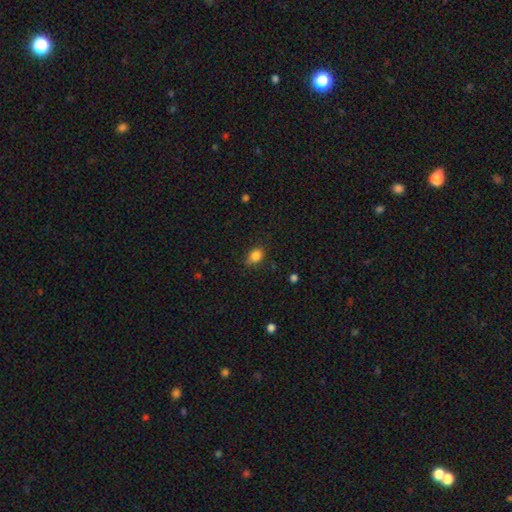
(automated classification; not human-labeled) Smooth or featured?
  - smooth: 84% *
  - star or artifact: 10%
  - featured or disk: 6%
How rounded?
  - in between: 70% *
  - round: 27%
  - cigar-shaped: 2%
Merging?
  - none: 72% *
  - minor disturbance: 22%
  - major disturbance: 4%
  - merger: 1%